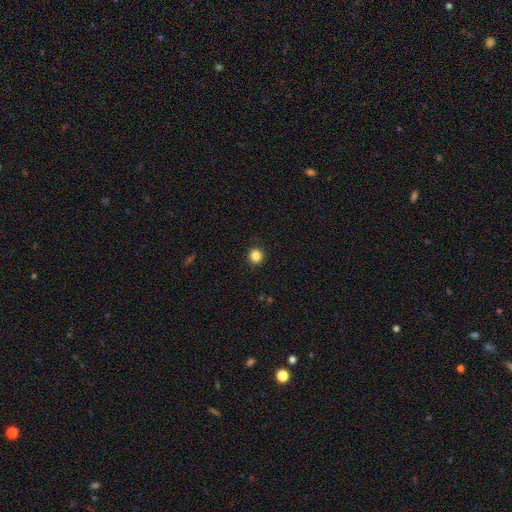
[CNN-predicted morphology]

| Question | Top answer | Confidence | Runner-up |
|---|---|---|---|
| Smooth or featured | smooth | 85% | star or artifact (11%) |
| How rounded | round | 92% | in between (7%) |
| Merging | none | 92% | minor disturbance (5%) |